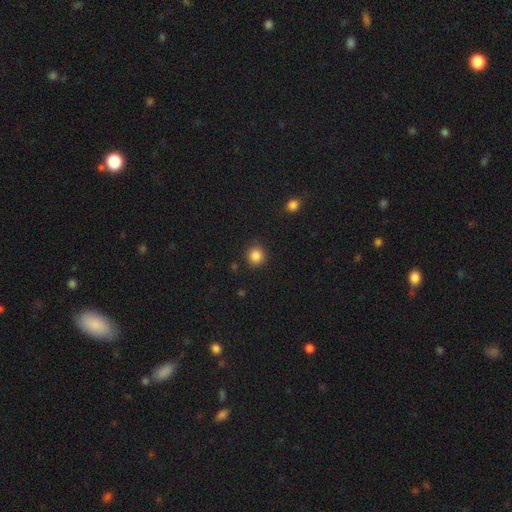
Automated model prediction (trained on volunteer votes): The model was most divided on "smooth or featured": smooth: 86%, star or artifact: 10%, featured or disk: 4%. More confident: how rounded — round (89%); merging — none (88%).